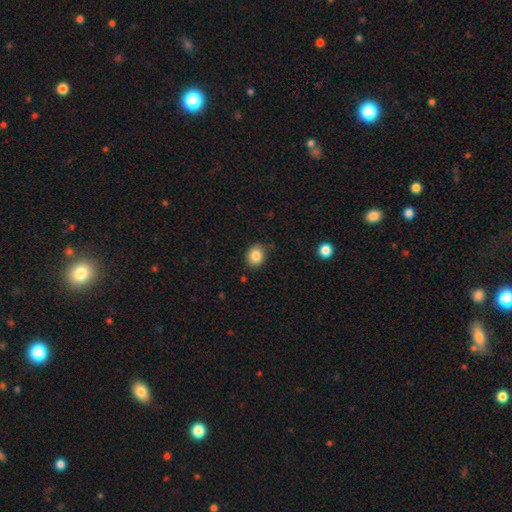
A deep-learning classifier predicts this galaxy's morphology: Smooth or featured?
  - smooth: 85% *
  - star or artifact: 9%
  - featured or disk: 6%
How rounded?
  - round: 60% *
  - in between: 39%
  - cigar-shaped: 1%
Merging?
  - none: 84% *
  - minor disturbance: 12%
  - major disturbance: 3%
  - merger: 2%